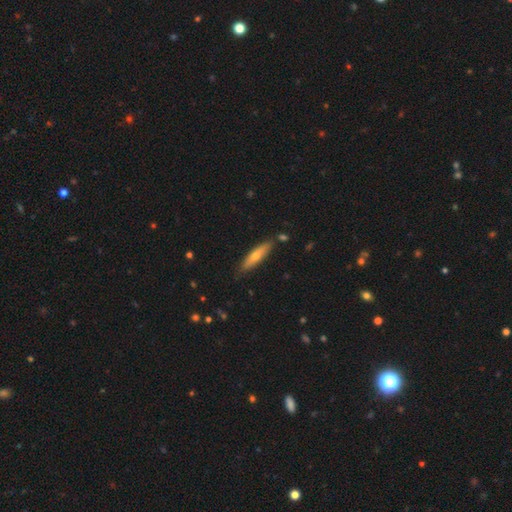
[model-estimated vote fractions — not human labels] This appears to be a smooth galaxy with no disk features (60%) that is cigar-shaped (79%). Merging: none (82%).